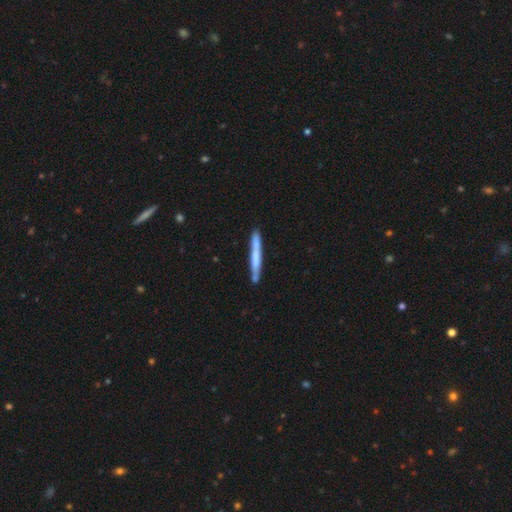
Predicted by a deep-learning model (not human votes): Smooth or featured?
  - smooth: 60% *
  - featured or disk: 35%
  - star or artifact: 6%
How rounded?
  - cigar-shaped: 96% *
  - in between: 2%
  - round: 1%
Merging?
  - none: 82% *
  - minor disturbance: 11%
  - merger: 4%
  - major disturbance: 2%